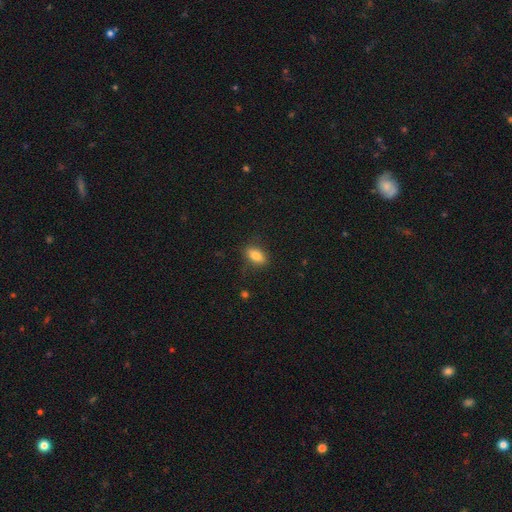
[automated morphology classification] Smooth or featured? smooth (81%)
How rounded? in between (86%)
Merging? none (82%)